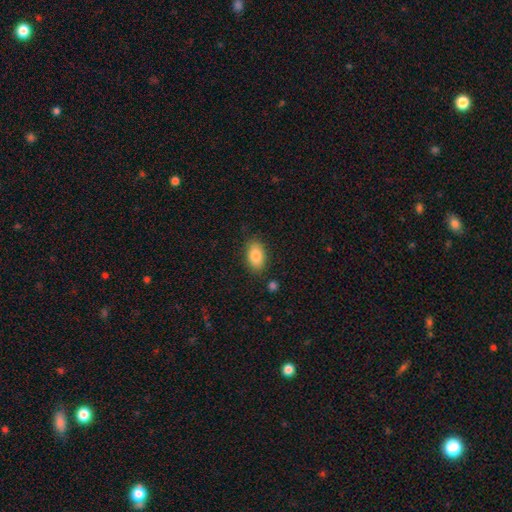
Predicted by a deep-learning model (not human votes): Overall: smooth (84%). How rounded: in between (92%). Merging: none (84%).